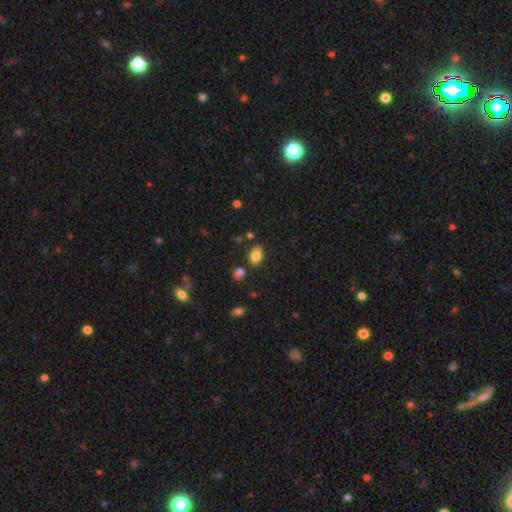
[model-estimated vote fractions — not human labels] A smooth galaxy with no disk features (83%) that is in between round and cigar-shaped (86%).

Vote fractions:
- Smooth or featured? smooth: 83% / star or artifact: 10% / featured or disk: 8%
- How rounded? in between: 86% / round: 13% / cigar-shaped: 2%
- Merging? none: 79% / minor disturbance: 12% / merger: 6% / major disturbance: 3%